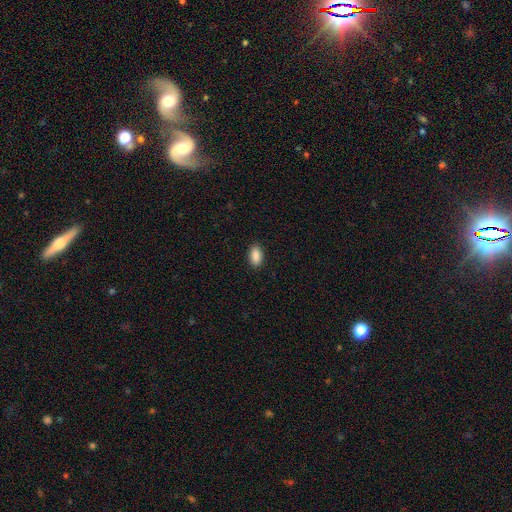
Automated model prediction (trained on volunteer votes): This is clearly a smooth galaxy (89%). How rounded: clearly in between (93%). Merging: clearly none (90%).